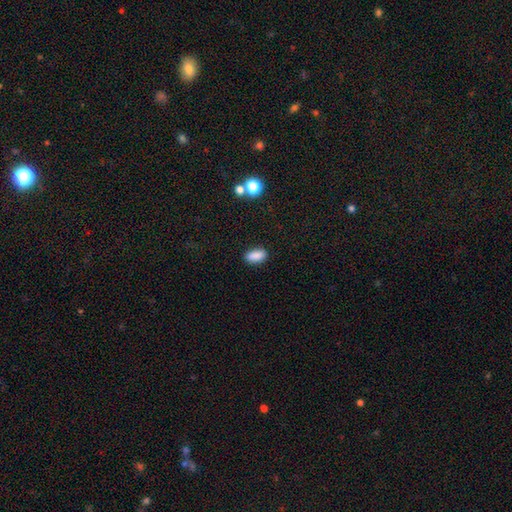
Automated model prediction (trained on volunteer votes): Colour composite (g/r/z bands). It shows a smooth galaxy with no disk features (87%) that is in between round and cigar-shaped (88%). Merging: none (87%).